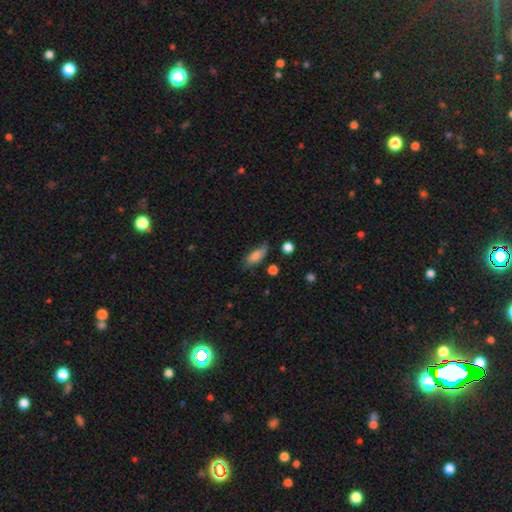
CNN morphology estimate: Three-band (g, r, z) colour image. It shows a smooth galaxy with no disk features (73%) that is in between round and cigar-shaped (72%). Merging: none (59%).